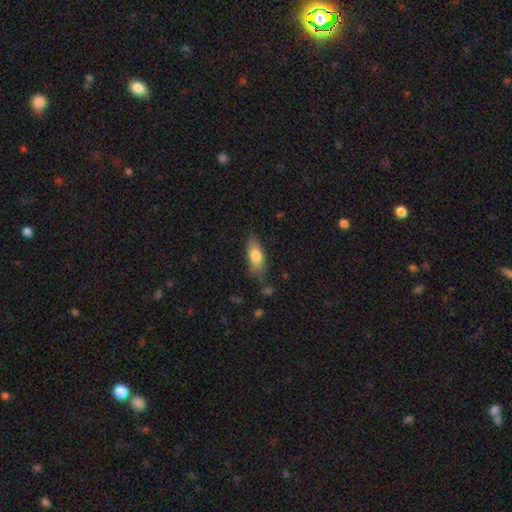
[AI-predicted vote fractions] Morphology: type=smooth (75%); roundness=in between (70%); merging=none (73%).